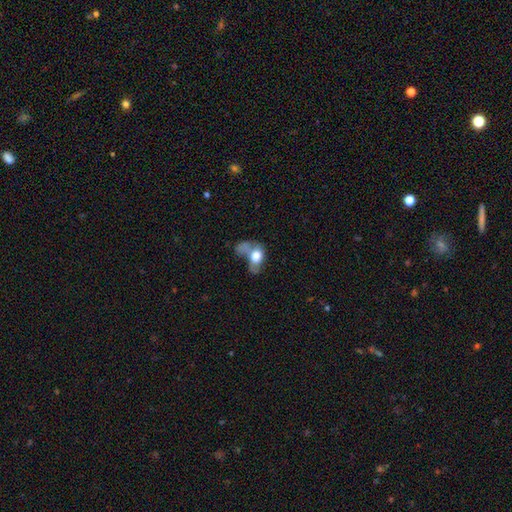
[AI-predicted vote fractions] Smooth or featured: smooth — 63% (featured or disk — 28%)
How rounded: in between — 74% (round — 24%)
Merging: major disturbance — 37% (tied with merger — 37%)